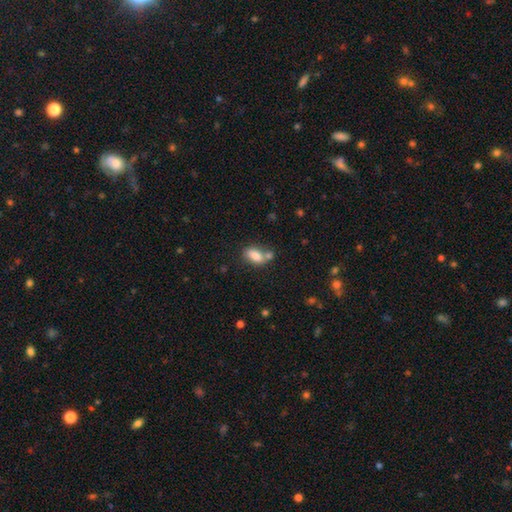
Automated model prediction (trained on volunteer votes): This is likely a smooth galaxy (80%). How rounded: clearly in between (84%). Merging: possibly none (46%).